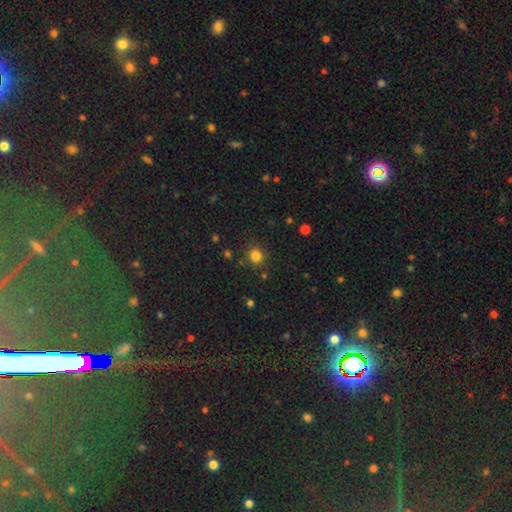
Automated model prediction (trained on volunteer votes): A smooth galaxy with no disk features (81%) that is round (88%).

Vote fractions:
- Smooth or featured? smooth: 81% / star or artifact: 15% / featured or disk: 4%
- How rounded? round: 88% / in between: 11% / cigar-shaped: 1%
- Merging? none: 86% / minor disturbance: 8% / merger: 3% / major disturbance: 3%